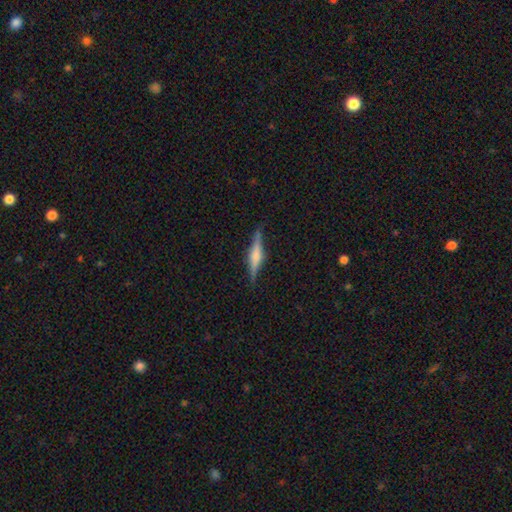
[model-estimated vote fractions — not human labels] Smooth or featured: featured or disk — 68% (smooth — 25%)
Edge-on disk: yes — 97% (no — 3%)
Edge-on bulge: rounded — 66% (boxy — 25%)
Merging: none — 87% (minor disturbance — 9%)